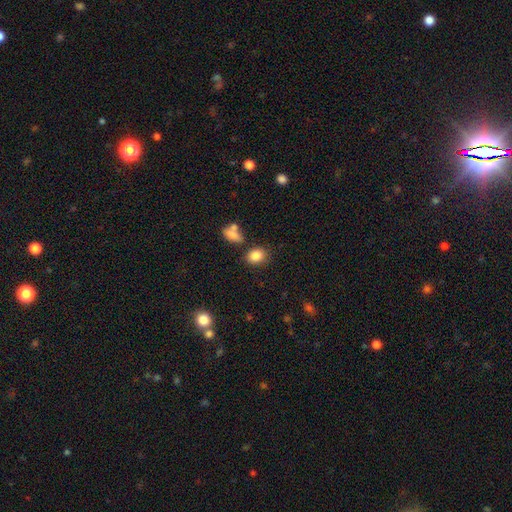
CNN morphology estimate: Smooth or featured?
  - smooth: 85% *
  - star or artifact: 10%
  - featured or disk: 6%
How rounded?
  - in between: 62% *
  - round: 37%
  - cigar-shaped: 2%
Merging?
  - none: 74% *
  - minor disturbance: 14%
  - merger: 8%
  - major disturbance: 4%